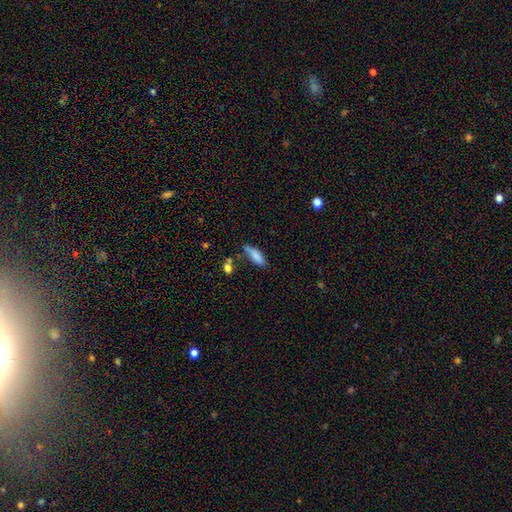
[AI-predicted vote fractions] Q: Smooth or featured?
A: smooth (83%); runner-up: featured or disk (10%)
Q: How rounded?
A: in between (59%); runner-up: cigar-shaped (39%)
Q: Merging?
A: none (58%); runner-up: minor disturbance (28%)